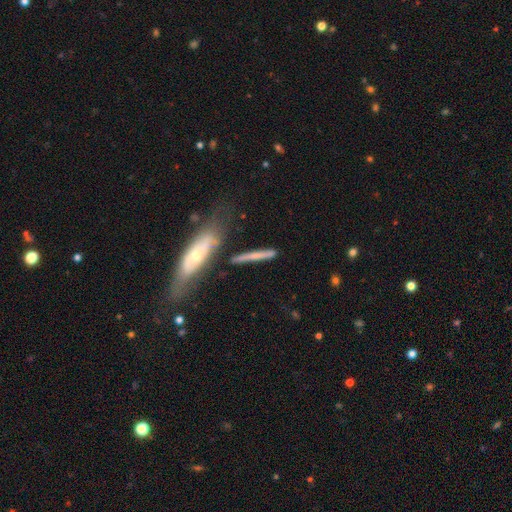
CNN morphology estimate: Smooth or featured? Predicted: smooth (p=0.49). Merging? Predicted: none (p=0.63).